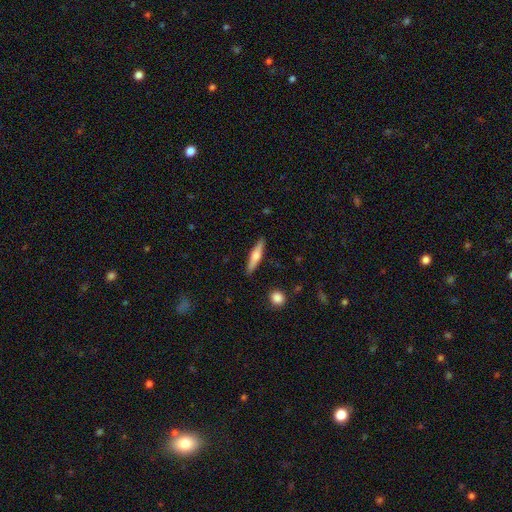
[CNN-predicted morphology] The model was most divided on "smooth or featured": smooth: 52%, featured or disk: 42%, star or artifact: 6%. More confident: merging — none (89%); how rounded — cigar-shaped (85%).